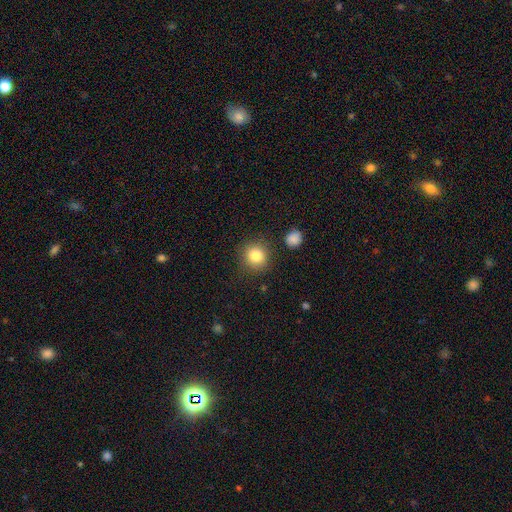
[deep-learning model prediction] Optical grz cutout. It shows a smooth galaxy with no disk features (83%) that is round (90%). Merging: none (85%).